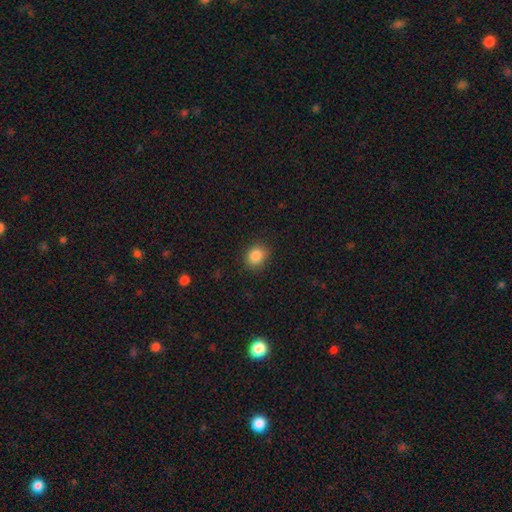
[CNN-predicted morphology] Overall: smooth (87%). How rounded: round (61%; in between 38%). Merging: none (85%).